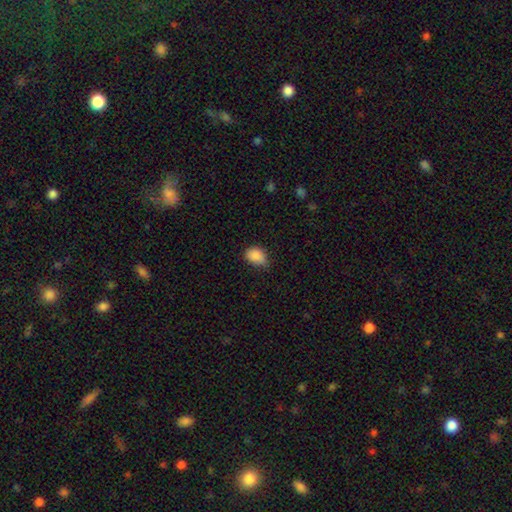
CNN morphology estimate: Smooth or featured?
  - smooth: 87% *
  - star or artifact: 9%
  - featured or disk: 4%
How rounded?
  - in between: 78% *
  - round: 21%
  - cigar-shaped: 1%
Merging?
  - none: 58% *
  - minor disturbance: 35%
  - major disturbance: 5%
  - merger: 1%